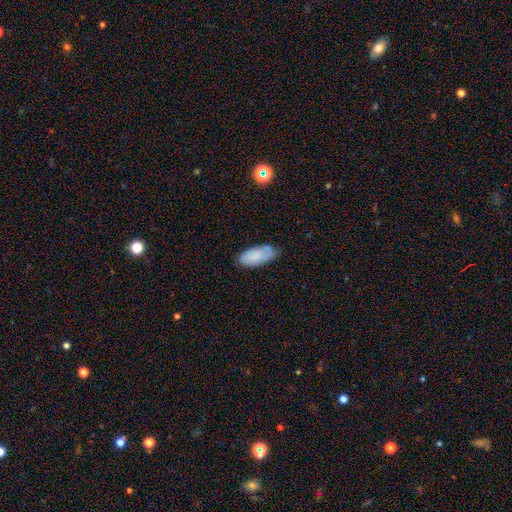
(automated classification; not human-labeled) Morphology: type=smooth (77%); roundness=in between (88%); merging=none (69%).